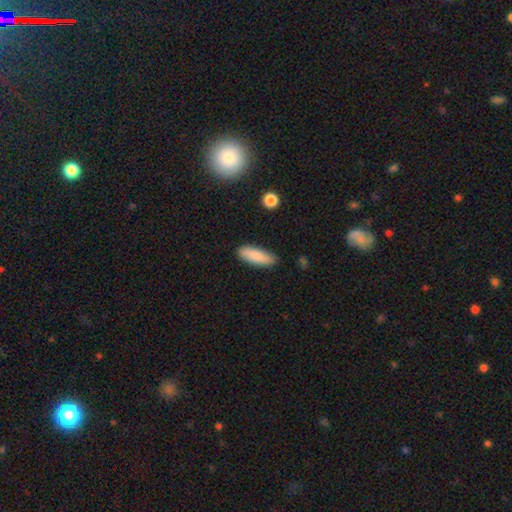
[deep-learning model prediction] smooth 84%, featured or disk 10%, star or artifact 6%. Down the decision tree: how rounded — in between (55%); merging — none (84%).